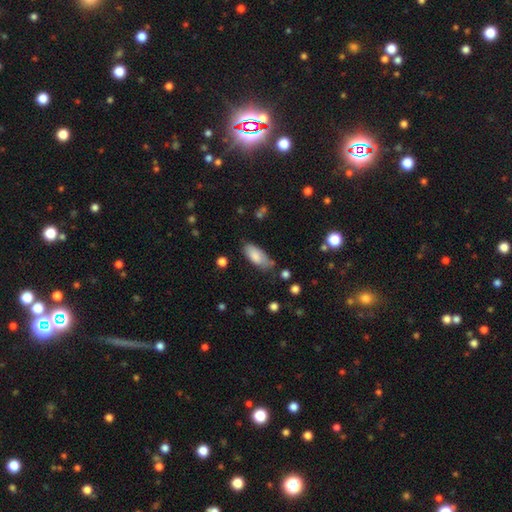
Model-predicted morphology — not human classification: This is clearly a smooth galaxy (82%). How rounded: clearly in between (84%). Merging: possibly none (58%).